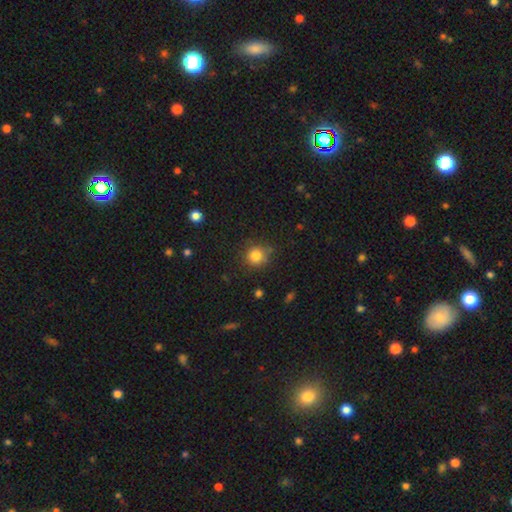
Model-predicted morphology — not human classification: The model was most divided on "merging": none: 79%, minor disturbance: 15%, major disturbance: 4%, merger: 3%. More confident: how rounded — round (90%); smooth or featured — smooth (82%).